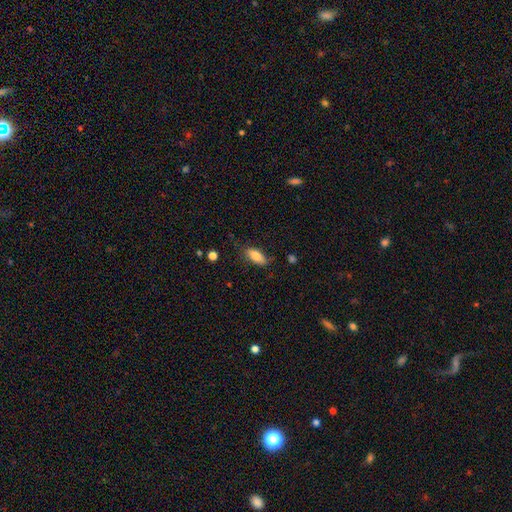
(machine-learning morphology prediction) This appears to be a smooth galaxy with no disk features (82%) that is in between round and cigar-shaped (83%). Merging: none (77%).